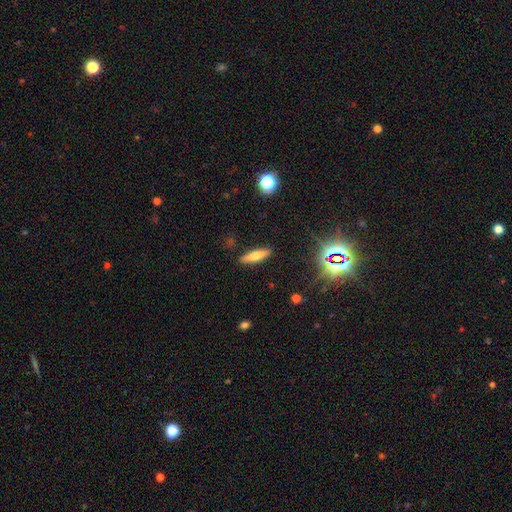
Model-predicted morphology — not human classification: A smooth galaxy with no disk features (64%) that is cigar-shaped (70%).

Vote fractions:
- Smooth or featured? smooth: 64% / featured or disk: 27% / star or artifact: 9%
- How rounded? cigar-shaped: 70% / in between: 28% / round: 2%
- Merging? none: 88% / minor disturbance: 8% / major disturbance: 2% / merger: 1%